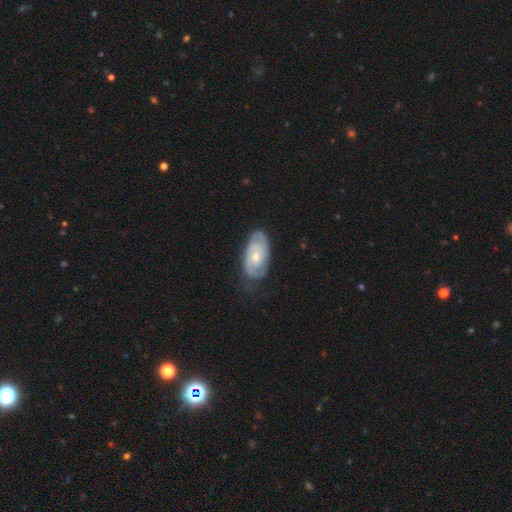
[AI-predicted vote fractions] This appears to be a featured or disk galaxy (61%) with no bar (77%), spiral arms (80%) and a moderate central bulge (52%). Merging: none (67%).